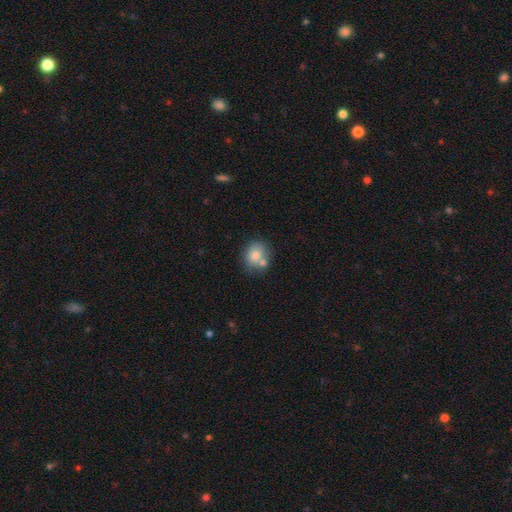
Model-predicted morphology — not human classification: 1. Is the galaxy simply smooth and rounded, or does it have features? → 76% smooth, 15% featured or disk, 9% star or artifact.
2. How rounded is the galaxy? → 69% round, 30% in between, 1% cigar-shaped.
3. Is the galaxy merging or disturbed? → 53% none, 28% merger, 15% minor disturbance, 4% major disturbance.